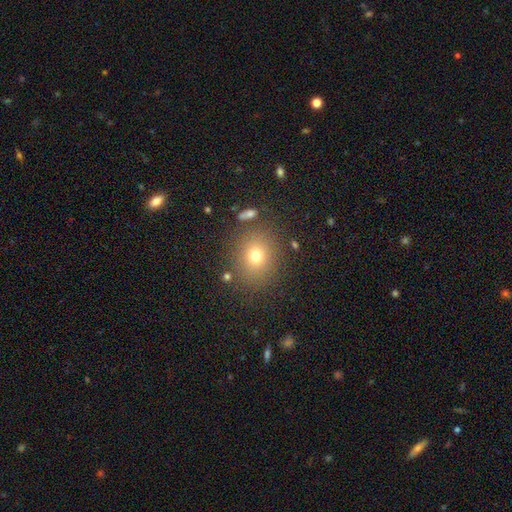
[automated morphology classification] Overall: smooth (72%). How rounded: round (74%). Merging: none (83%).